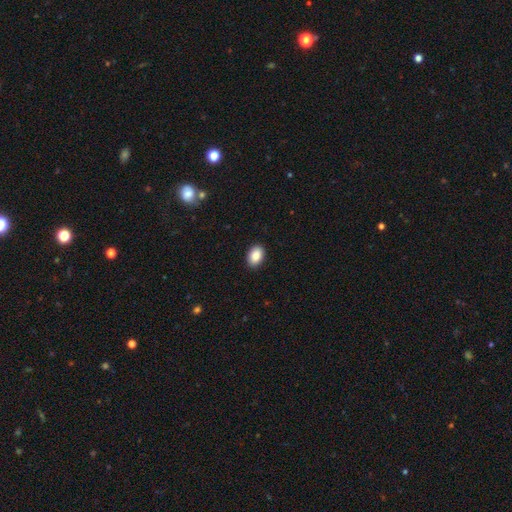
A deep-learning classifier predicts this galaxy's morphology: smooth_or_featured: smooth (p=0.88) [alt: star or artifact p=0.07]
how_rounded: in between (p=0.87) [alt: round p=0.12]
merging: none (p=0.90) [alt: minor disturbance p=0.07]